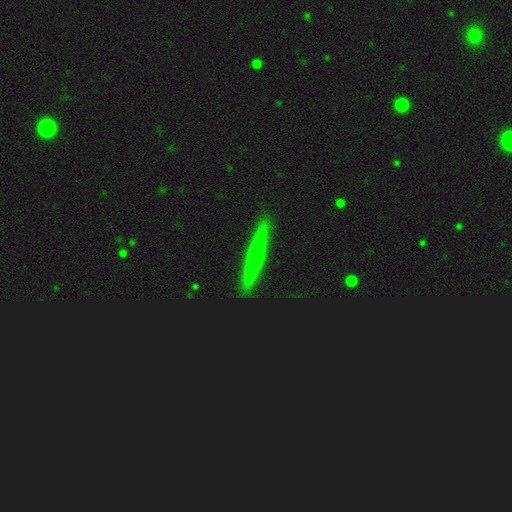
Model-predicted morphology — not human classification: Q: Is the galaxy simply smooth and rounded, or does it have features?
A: smooth — 47%.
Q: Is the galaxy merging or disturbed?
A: none — 91%.